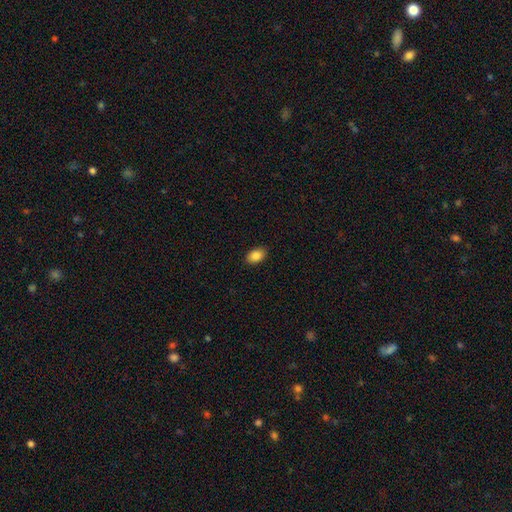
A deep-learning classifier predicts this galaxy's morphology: This appears to be a smooth galaxy with no disk features (87%) that is in between round and cigar-shaped (89%). Merging: none (89%).